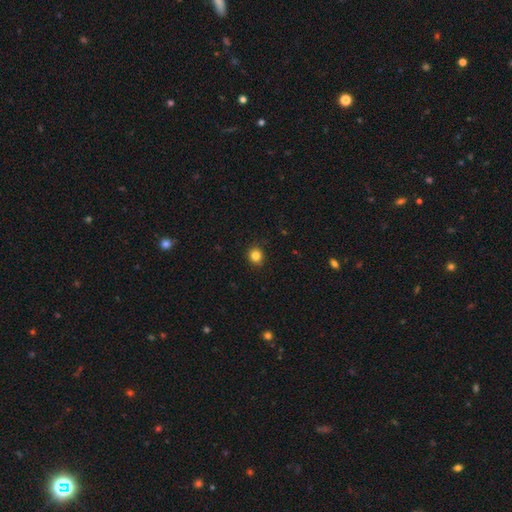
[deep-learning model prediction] smooth_or_featured: smooth (p=0.84) [alt: star or artifact p=0.11]
how_rounded: round (p=0.84) [alt: in between p=0.15]
merging: none (p=0.89) [alt: minor disturbance p=0.08]